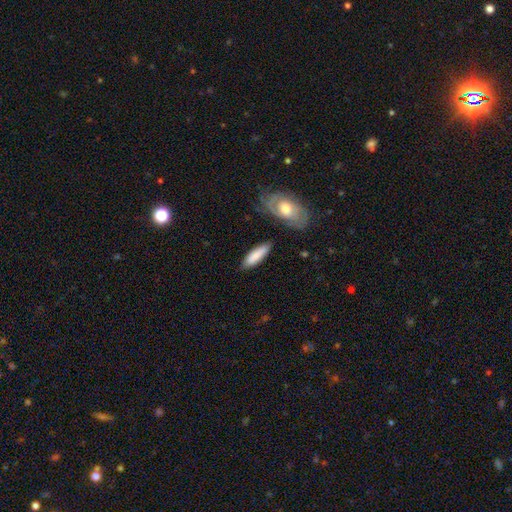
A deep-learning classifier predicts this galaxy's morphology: Smooth or featured? smooth (78%)
How rounded? cigar-shaped (61%)
Merging? none (79%)